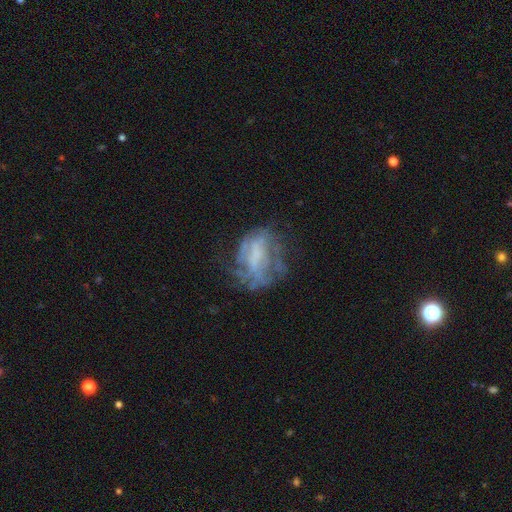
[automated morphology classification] type=featured or disk (65%); edge-on=no (96%); bar=no (49%); spiral arms=no (56%); bulge=none (53%); merging=none (47%).